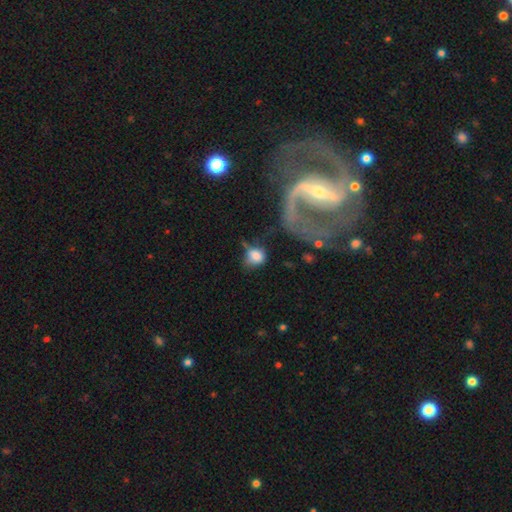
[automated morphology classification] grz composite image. It shows a smooth galaxy with no disk features (69%) that is round (58%). Merging: none (34%).